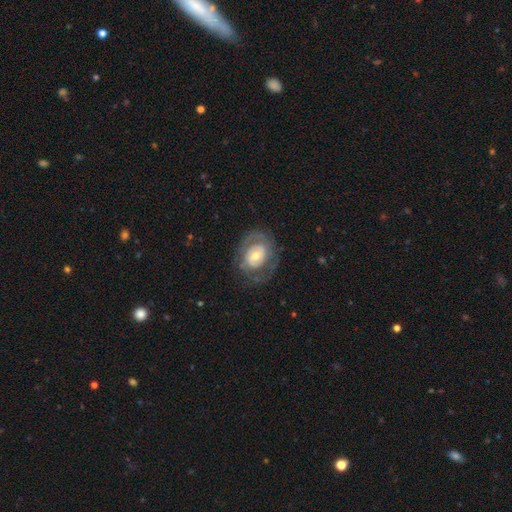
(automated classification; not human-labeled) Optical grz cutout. It shows a featured or disk galaxy (68%) with no bar (61%), spiral arms (63%) and a moderate central bulge (54%). Merging: none (67%).